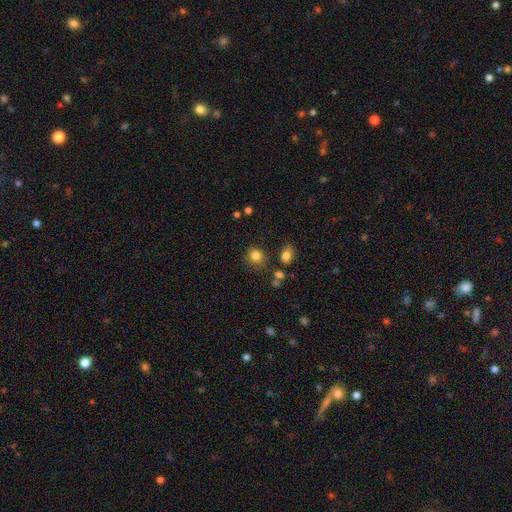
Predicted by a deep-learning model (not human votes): A smooth galaxy with no disk features (82%) that is round (84%). Merging: none (77%).